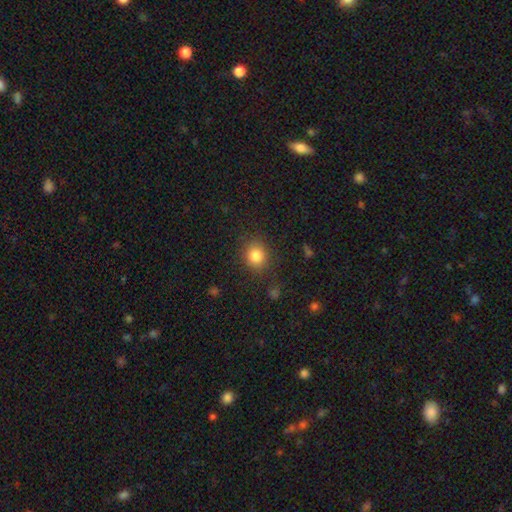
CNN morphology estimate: The model was most divided on "how rounded": round: 80%, in between: 19%, cigar-shaped: 1%. More confident: merging — none (85%); smooth or featured — smooth (82%).